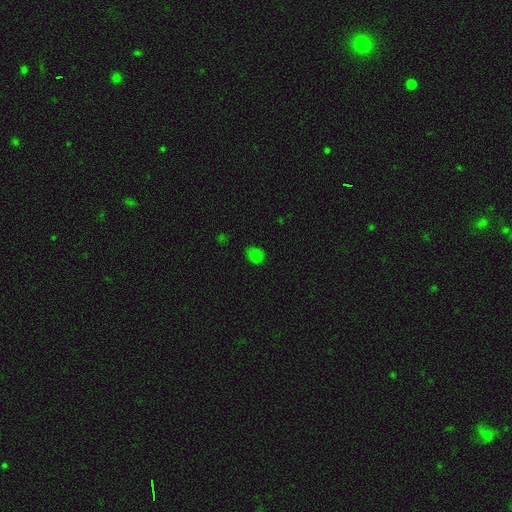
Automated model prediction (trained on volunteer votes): Smooth or featured? Predicted: smooth (p=0.76). How rounded? Predicted: round (p=0.56). Merging? Predicted: none (p=0.79).